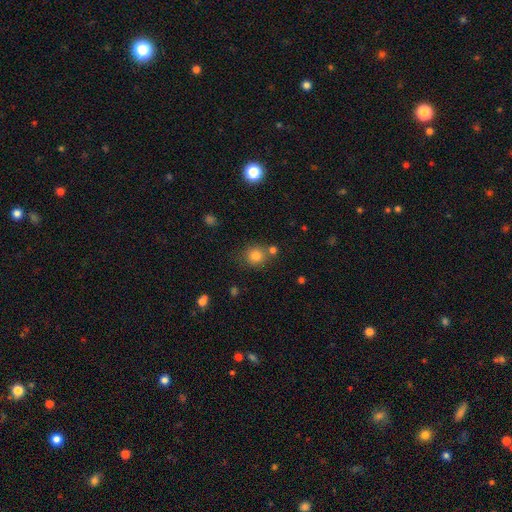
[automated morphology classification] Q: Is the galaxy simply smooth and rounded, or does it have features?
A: smooth — 80%.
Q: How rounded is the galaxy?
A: round — 85%.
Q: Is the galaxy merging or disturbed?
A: none — 71%.